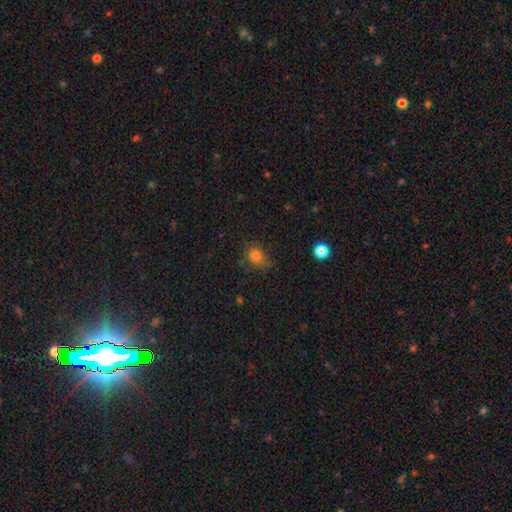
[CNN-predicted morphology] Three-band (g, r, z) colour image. It shows a smooth galaxy with no disk features (80%) that is round (56%). Merging: none (65%).